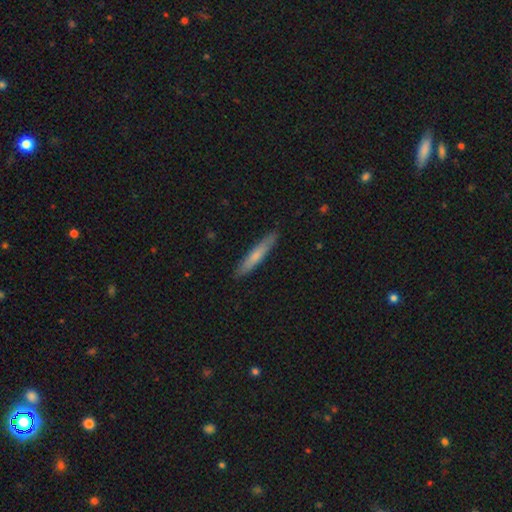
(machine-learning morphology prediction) Smooth or featured?
  - smooth: 67% *
  - featured or disk: 28%
  - star or artifact: 5%
How rounded?
  - cigar-shaped: 93% *
  - in between: 6%
  - round: 1%
Merging?
  - none: 89% *
  - minor disturbance: 8%
  - major disturbance: 2%
  - merger: 1%